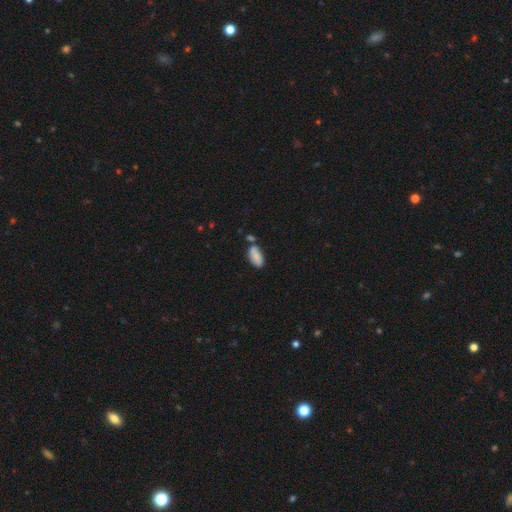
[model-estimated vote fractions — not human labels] This is clearly a smooth galaxy (81%). How rounded: clearly in between (91%). Merging: possibly none (55%).